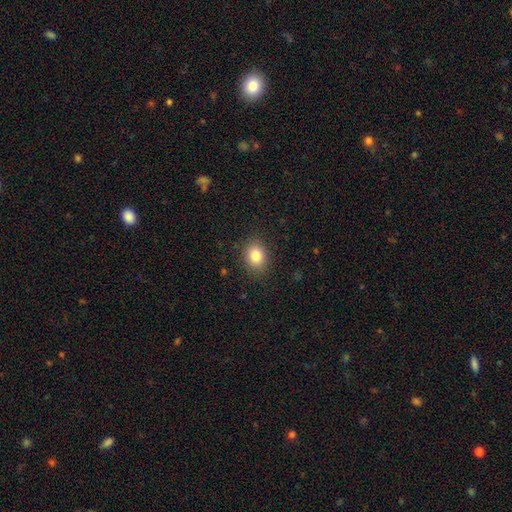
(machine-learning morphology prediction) Smooth or featured?
  - smooth: 84% *
  - star or artifact: 10%
  - featured or disk: 7%
How rounded?
  - in between: 56% *
  - round: 43%
  - cigar-shaped: 1%
Merging?
  - none: 87% *
  - minor disturbance: 9%
  - major disturbance: 3%
  - merger: 1%